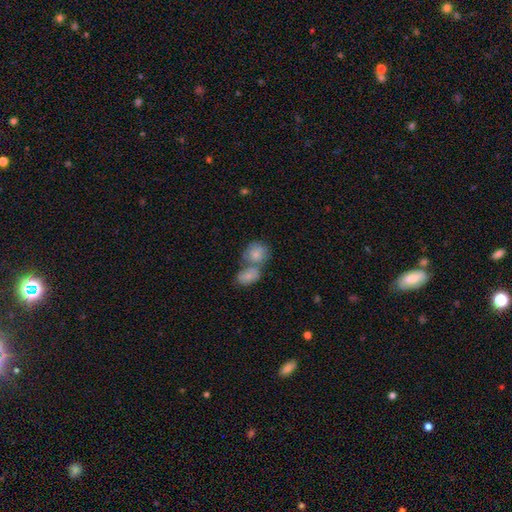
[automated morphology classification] Smooth or featured? Predicted: smooth (p=0.73). How rounded? Predicted: round (p=0.62). Merging? Predicted: merger (p=0.59).